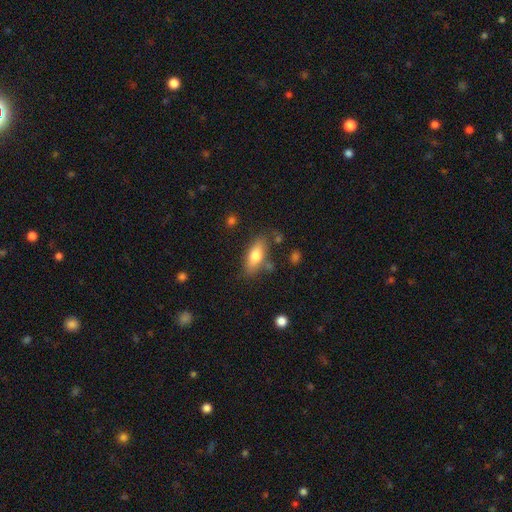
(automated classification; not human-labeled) Smooth or featured?
  - smooth: 73% *
  - featured or disk: 20%
  - star or artifact: 7%
How rounded?
  - in between: 76% *
  - cigar-shaped: 21%
  - round: 3%
Merging?
  - none: 72% *
  - minor disturbance: 18%
  - merger: 5%
  - major disturbance: 5%